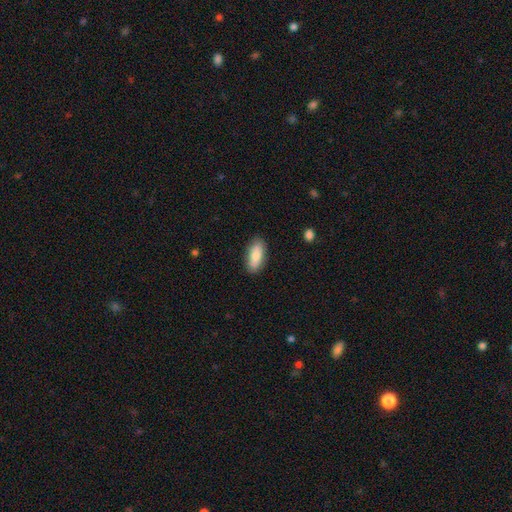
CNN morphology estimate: This appears to be a smooth galaxy with no disk features (84%) that is in between round and cigar-shaped (83%). Merging: none (86%).